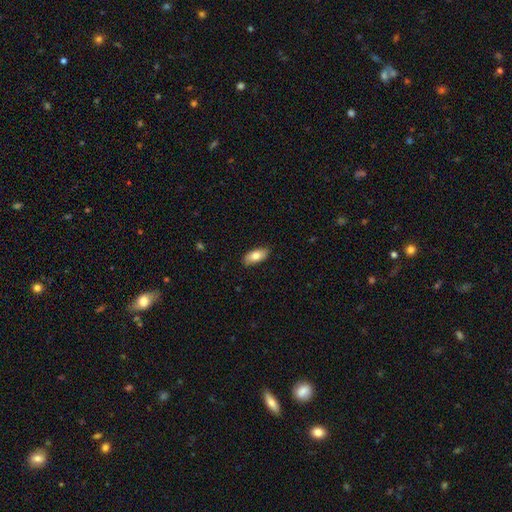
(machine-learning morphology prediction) Smooth or featured?
  - smooth: 80% *
  - featured or disk: 14%
  - star or artifact: 6%
How rounded?
  - in between: 88% *
  - cigar-shaped: 10%
  - round: 3%
Merging?
  - none: 86% *
  - minor disturbance: 11%
  - major disturbance: 2%
  - merger: 1%